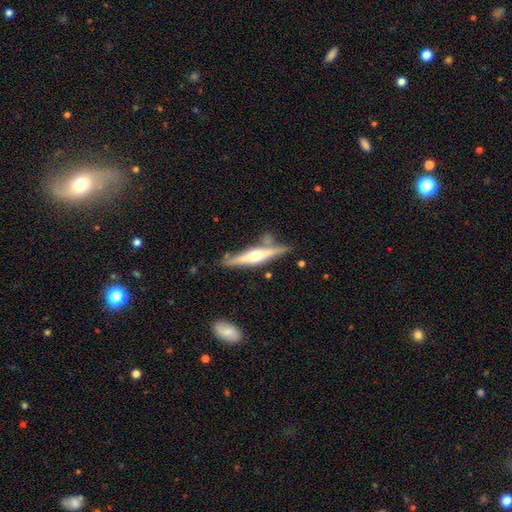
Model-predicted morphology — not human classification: The model was most divided on "smooth or featured": featured or disk: 73%, smooth: 21%, star or artifact: 6%. More confident: edge-on disk — yes (97%); edge-on bulge — rounded (88%); merging — none (76%).